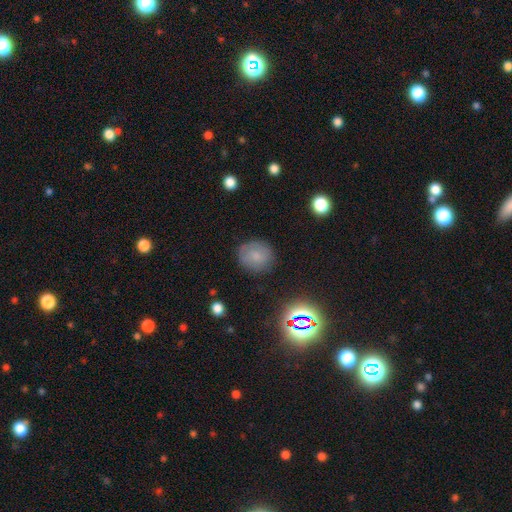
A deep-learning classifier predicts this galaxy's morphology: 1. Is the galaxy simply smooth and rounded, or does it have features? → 71% smooth, 14% featured or disk, 14% star or artifact.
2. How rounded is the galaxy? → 83% round, 16% in between, 1% cigar-shaped.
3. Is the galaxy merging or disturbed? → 83% none, 12% minor disturbance, 4% major disturbance, 1% merger.